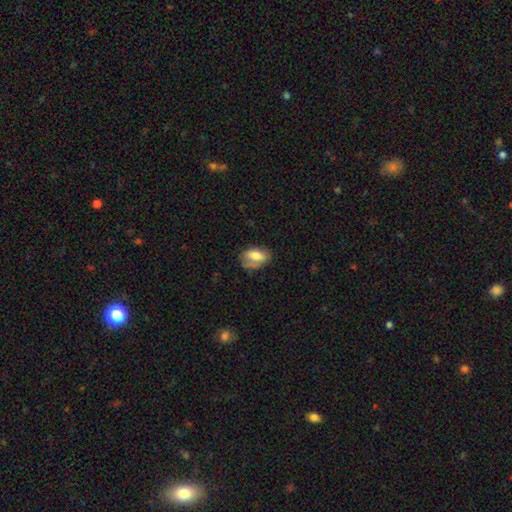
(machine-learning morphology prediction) A smooth galaxy with no disk features (71%) that is in between round and cigar-shaped (89%). Merging: none (52%).